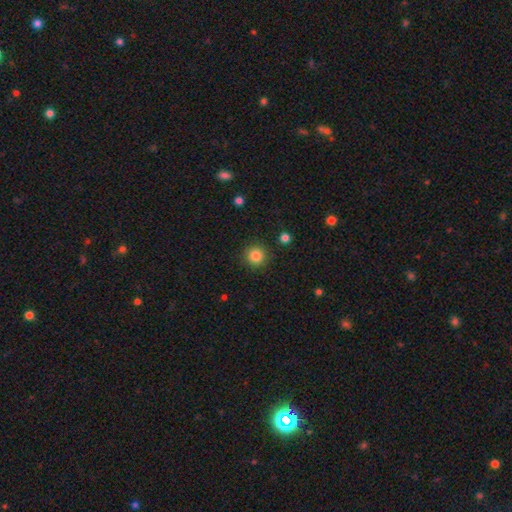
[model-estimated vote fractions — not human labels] Smooth or featured? smooth (85%)
How rounded? round (94%)
Merging? none (90%)